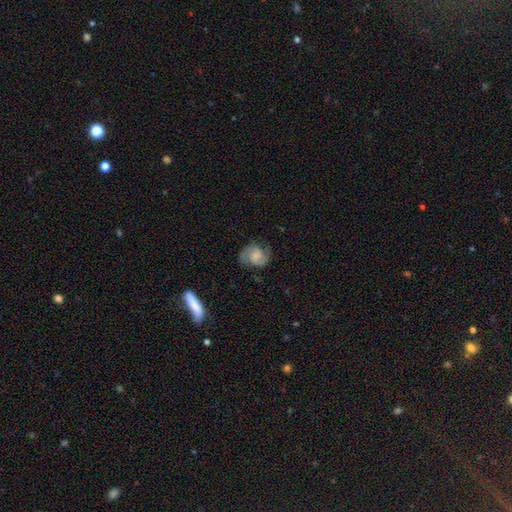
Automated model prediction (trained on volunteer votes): Morphology: type=featured or disk (65%); edge-on=no (98%); bar=no (60%); spiral arms=yes (93%); winding=medium (50%); arm count=2 (87%); bulge=none (40%); merging=none (71%).